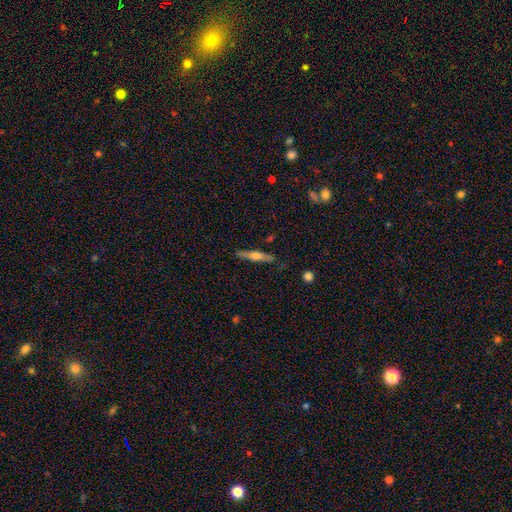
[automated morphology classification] Smooth or featured?
  - featured or disk: 51% *
  - smooth: 43%
  - star or artifact: 6%
Edge-on disk?
  - yes: 94% *
  - no: 6%
Merging?
  - none: 84% *
  - minor disturbance: 12%
  - major disturbance: 3%
  - merger: 2%